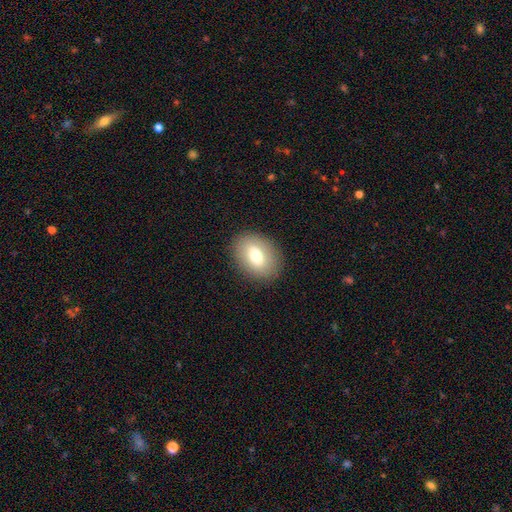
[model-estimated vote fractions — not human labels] Overall: smooth (73%). How rounded: in between (76%). Merging: none (88%).